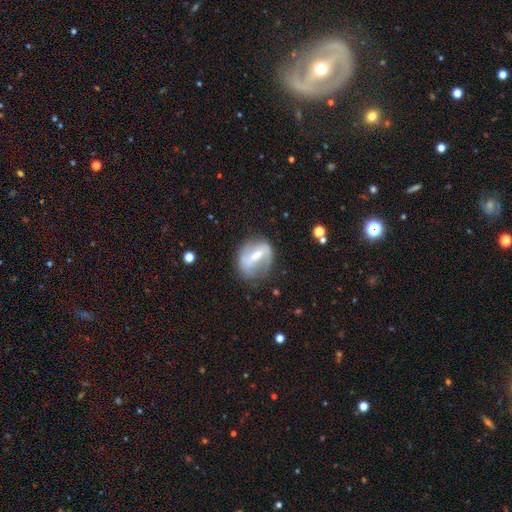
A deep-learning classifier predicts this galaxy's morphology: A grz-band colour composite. It shows a featured or disk galaxy (68%) with a strong bar (44%), spiral arms (69%) and a moderate central bulge (52%). Merging: none (60%).